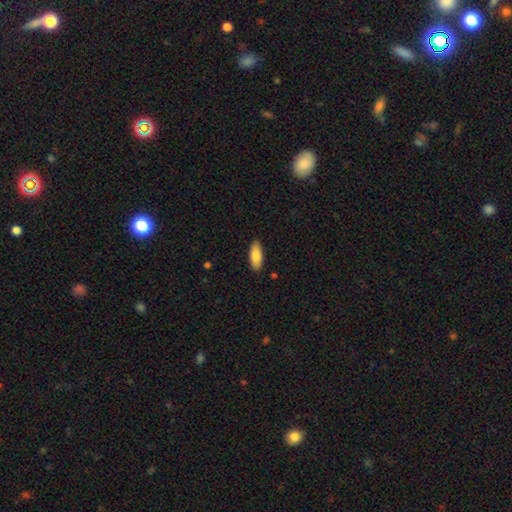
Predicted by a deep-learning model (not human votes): A smooth galaxy with no disk features (82%) that is in between round and cigar-shaped (77%).

Vote fractions:
- Smooth or featured? smooth: 82% / featured or disk: 12% / star or artifact: 6%
- How rounded? in between: 77% / cigar-shaped: 21% / round: 2%
- Merging? none: 89% / minor disturbance: 8% / major disturbance: 2% / merger: 1%